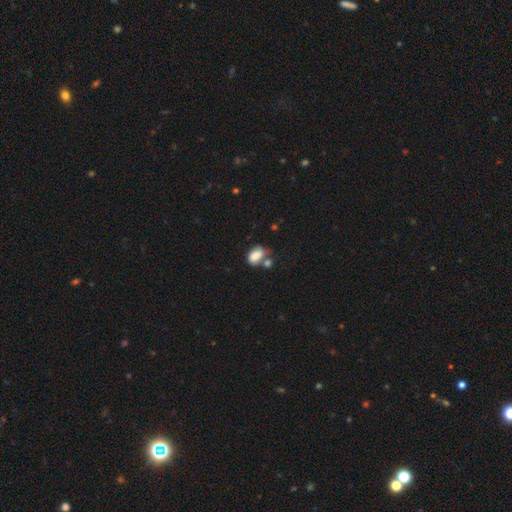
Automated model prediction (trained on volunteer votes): smooth 82%, star or artifact 9%, featured or disk 9%. Down the decision tree: how rounded — in between (87%); merging — none (39%).